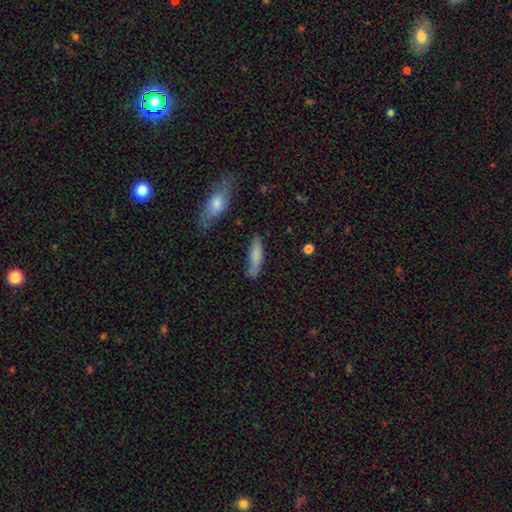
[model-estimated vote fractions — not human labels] A smooth galaxy with no disk features (78%) that is cigar-shaped (67%). Merging: none (71%).